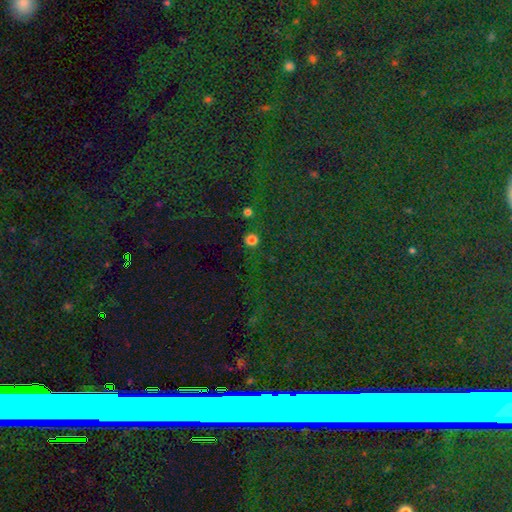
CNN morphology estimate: Smooth or featured?
  - star or artifact: 77% *
  - smooth: 12%
  - featured or disk: 11%